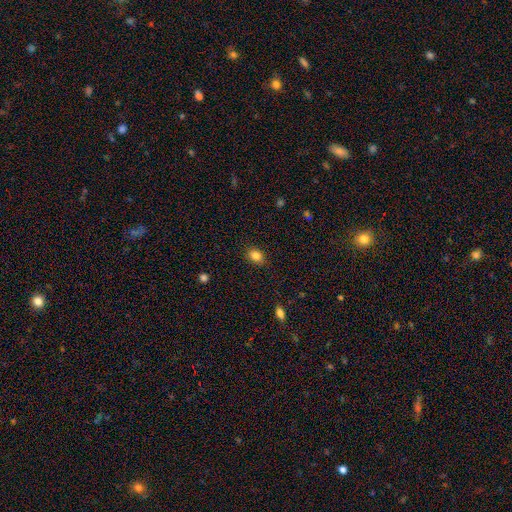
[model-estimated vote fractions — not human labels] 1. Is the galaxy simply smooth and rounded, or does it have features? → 84% smooth, 10% star or artifact, 6% featured or disk.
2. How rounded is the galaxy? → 62% in between, 36% round, 1% cigar-shaped.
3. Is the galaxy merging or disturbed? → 86% none, 10% minor disturbance, 2% major disturbance, 1% merger.